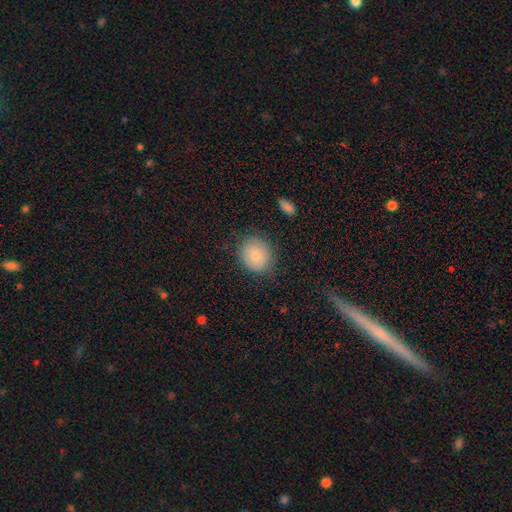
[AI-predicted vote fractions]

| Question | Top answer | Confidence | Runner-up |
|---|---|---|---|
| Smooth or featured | smooth | 78% | featured or disk (13%) |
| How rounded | round | 67% | in between (32%) |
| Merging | none | 77% | minor disturbance (17%) |